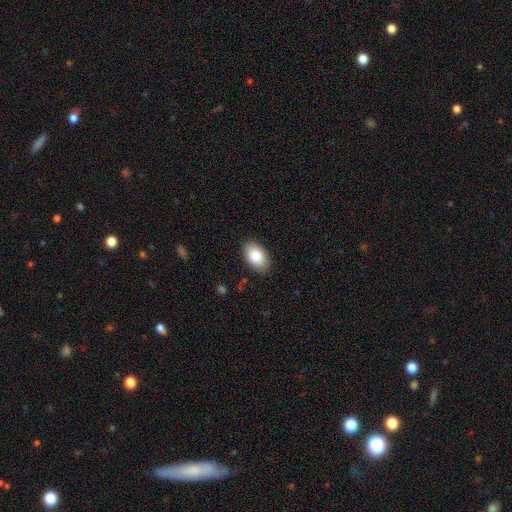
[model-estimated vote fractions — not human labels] Smooth or featured? smooth (82%)
How rounded? in between (91%)
Merging? none (87%)